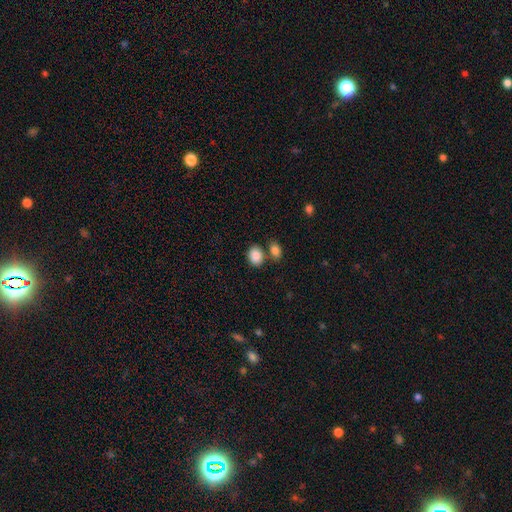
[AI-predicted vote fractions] Overall: smooth (88%). How rounded: in between (66%; round 33%). Merging: none (61%; merger 23%).